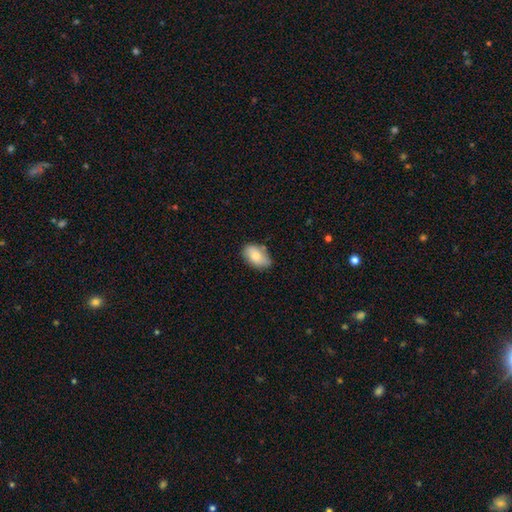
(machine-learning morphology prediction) The model was most divided on "merging": none: 75%, minor disturbance: 19%, major disturbance: 3%, merger: 2%. More confident: how rounded — in between (91%); smooth or featured — smooth (77%).